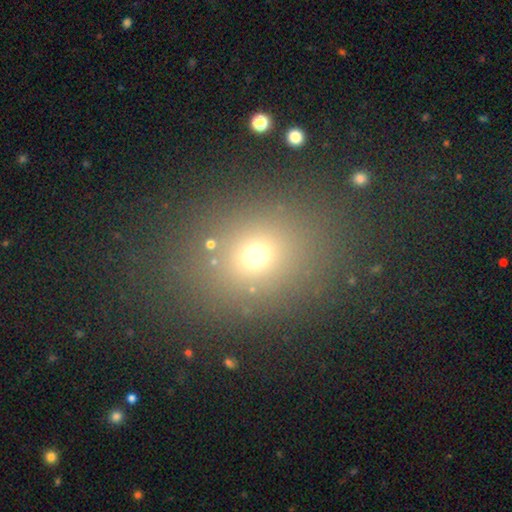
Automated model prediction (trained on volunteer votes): Smooth or featured: smooth — 66% (star or artifact — 23%)
How rounded: round — 56% (in between — 43%)
Merging: none — 82% (minor disturbance — 10%)